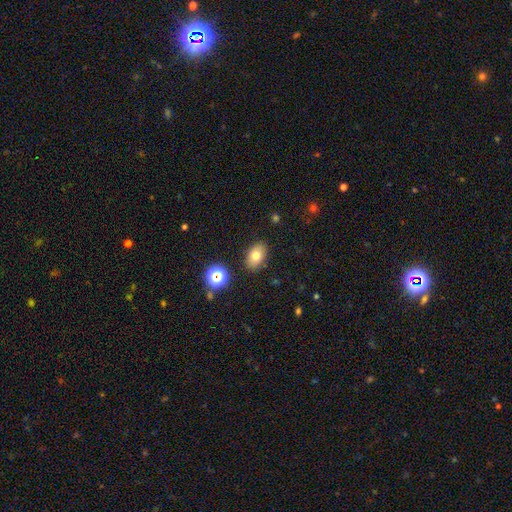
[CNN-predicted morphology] Smooth or featured? Predicted: smooth (p=0.75). How rounded? Predicted: in between (p=0.83). Merging? Predicted: none (p=0.86).